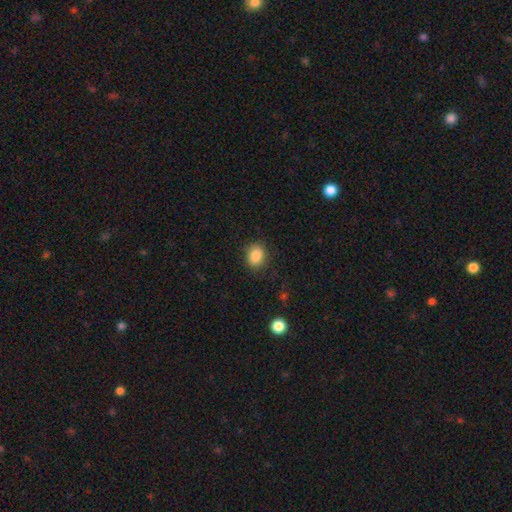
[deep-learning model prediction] Q: Smooth or featured?
A: smooth (86%); runner-up: star or artifact (9%)
Q: How rounded?
A: in between (51%); runner-up: round (48%)
Q: Merging?
A: none (83%); runner-up: minor disturbance (12%)